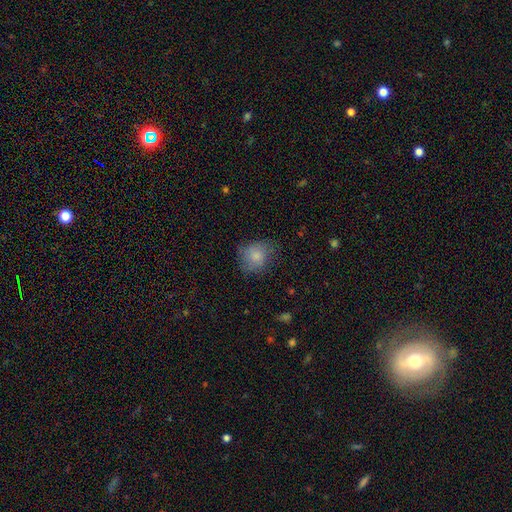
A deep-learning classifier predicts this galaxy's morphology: Q: Smooth or featured?
A: smooth (80%); runner-up: featured or disk (12%)
Q: How rounded?
A: round (67%); runner-up: in between (32%)
Q: Merging?
A: none (60%); runner-up: minor disturbance (28%)